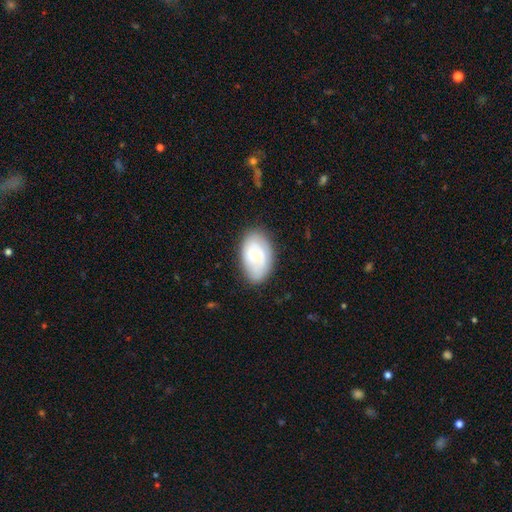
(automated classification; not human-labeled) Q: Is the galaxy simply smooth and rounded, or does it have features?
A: smooth — 47%, tied with featured or disk.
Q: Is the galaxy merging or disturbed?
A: none — 78%.